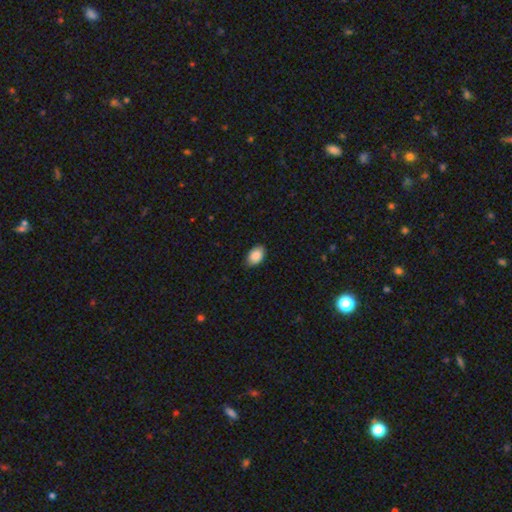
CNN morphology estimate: Q: Smooth or featured?
A: smooth (90%); runner-up: star or artifact (6%)
Q: How rounded?
A: in between (90%); runner-up: round (9%)
Q: Merging?
A: none (84%); runner-up: minor disturbance (13%)